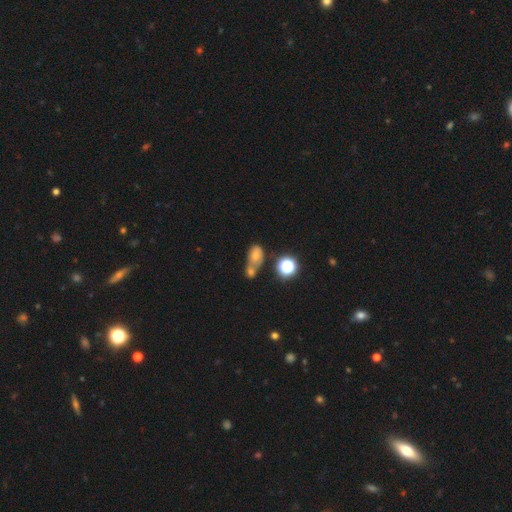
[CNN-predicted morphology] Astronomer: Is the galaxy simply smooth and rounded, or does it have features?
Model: smooth — 64%.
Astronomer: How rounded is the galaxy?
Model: in between — 74%.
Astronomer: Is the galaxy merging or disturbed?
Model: merger — 55%.